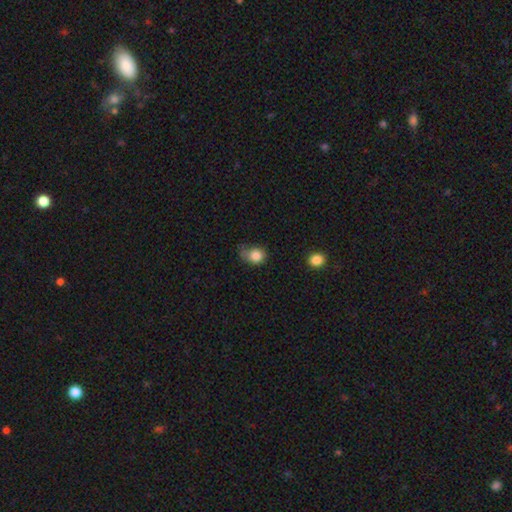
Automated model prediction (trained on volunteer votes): Morphology: type=smooth (83%); roundness=round (65%); merging=minor disturbance (40%).